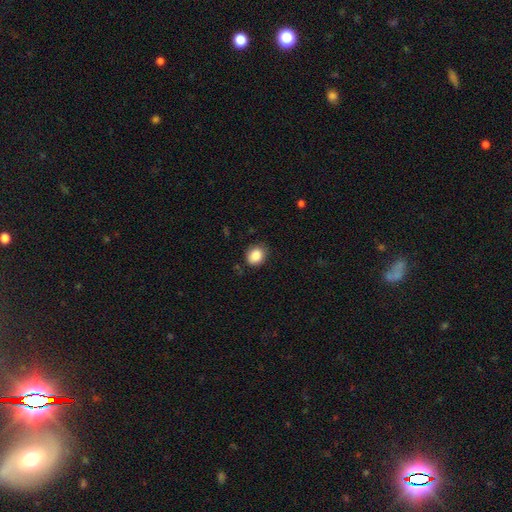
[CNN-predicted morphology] This is clearly a smooth galaxy (87%). How rounded: likely round (61%). Merging: clearly none (82%).